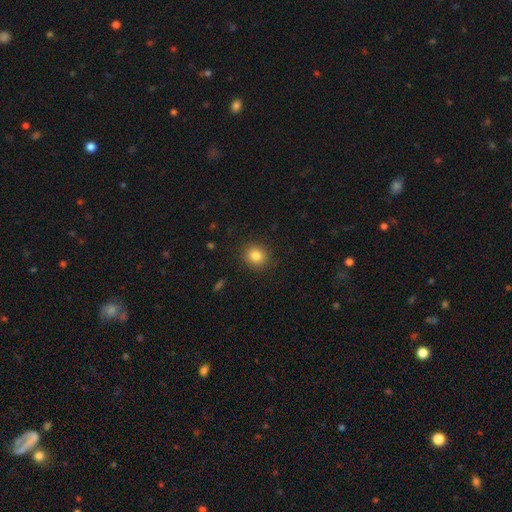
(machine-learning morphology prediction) This appears to be a smooth galaxy with no disk features (83%) that is round (85%). Merging: none (90%).